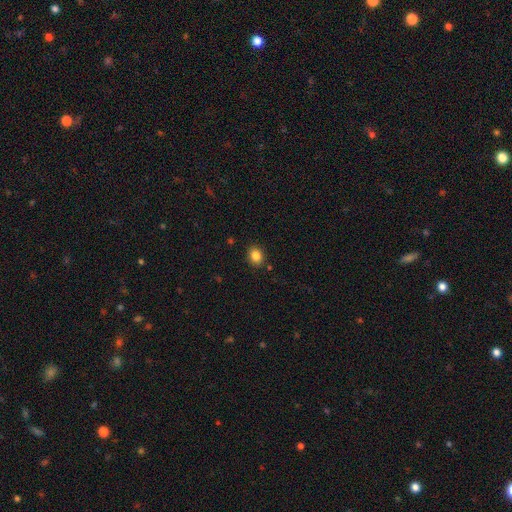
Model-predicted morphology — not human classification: smooth_or_featured: smooth (p=0.85) [alt: star or artifact p=0.10]
how_rounded: in between (p=0.50) [alt: round p=0.49]
merging: none (p=0.88) [alt: minor disturbance p=0.08]